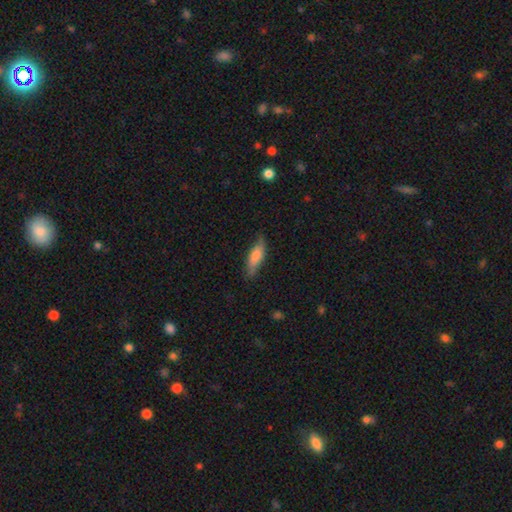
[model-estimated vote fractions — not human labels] Smooth or featured?
  - smooth: 72% *
  - featured or disk: 22%
  - star or artifact: 6%
How rounded?
  - cigar-shaped: 51% *
  - in between: 47%
  - round: 2%
Merging?
  - none: 74% *
  - minor disturbance: 21%
  - major disturbance: 4%
  - merger: 1%